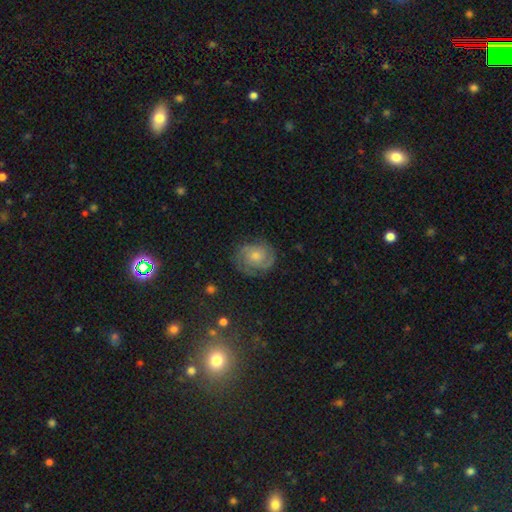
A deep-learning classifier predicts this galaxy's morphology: smooth-or-featured: featured or disk: 68% | smooth: 20% | star or artifact: 12%
  disk-edge-on: no: 98% | yes: 2%
    bar: no: 78% | weak: 19% | strong: 3%
    has-spiral-arms: yes: 93% | no: 7%
      spiral-winding: tight: 63% | medium: 30% | loose: 7%
      spiral-arm-count: can't tell: 30% | 2: 29% | 3: 24% | 4: 7% | 1: 5% | more than 4: 5%
    bulge-size: small: 50% | moderate: 43% | none: 4% | large: 3% | dominant: 1%
  merging: none: 77% | minor disturbance: 16% | major disturbance: 6% | merger: 1%